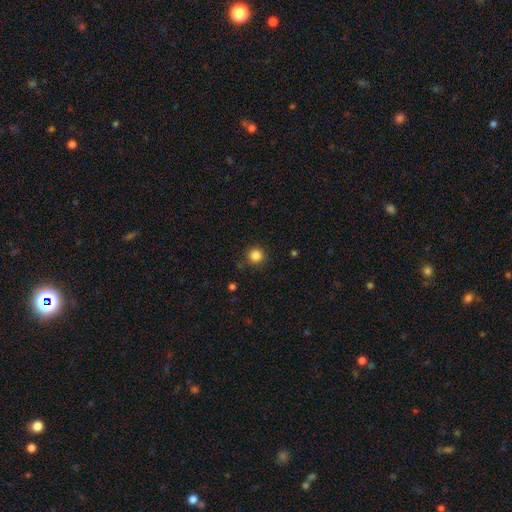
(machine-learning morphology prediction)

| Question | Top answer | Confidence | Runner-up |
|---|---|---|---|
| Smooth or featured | smooth | 84% | star or artifact (12%) |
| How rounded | round | 94% | in between (5%) |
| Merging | none | 88% | minor disturbance (8%) |